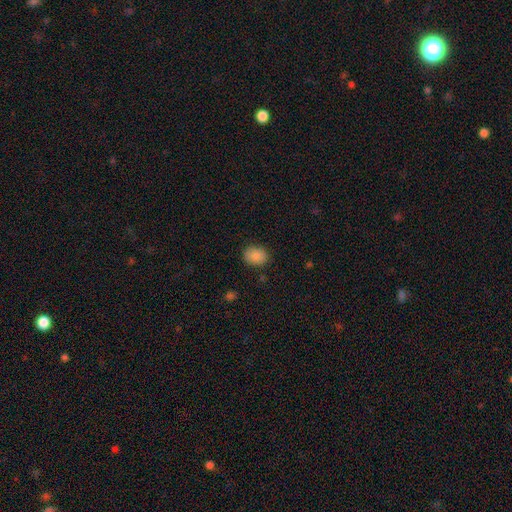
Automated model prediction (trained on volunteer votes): Smooth or featured? smooth (86%)
How rounded? in between (59%)
Merging? none (86%)